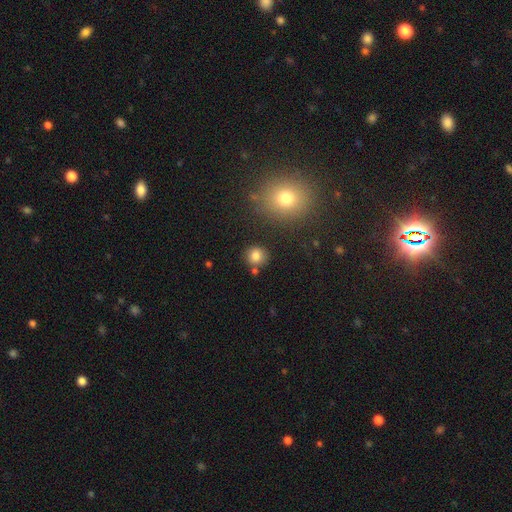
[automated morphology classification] A smooth galaxy with no disk features (81%) that is round (88%).

Vote fractions:
- Smooth or featured? smooth: 81% / star or artifact: 12% / featured or disk: 6%
- How rounded? round: 88% / in between: 11% / cigar-shaped: 1%
- Merging? none: 82% / minor disturbance: 9% / merger: 7% / major disturbance: 3%